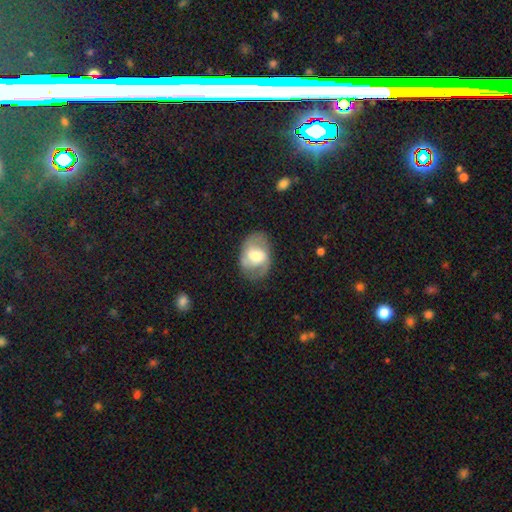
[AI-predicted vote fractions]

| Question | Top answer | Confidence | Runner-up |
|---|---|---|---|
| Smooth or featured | featured or disk | 56% | smooth (37%) |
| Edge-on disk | no | 96% | yes (4%) |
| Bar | no | 42% | tied: weak (42%) |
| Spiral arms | yes | 75% | no (25%) |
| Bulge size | moderate | 50% | large (26%) |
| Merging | none | 67% | minor disturbance (21%) |